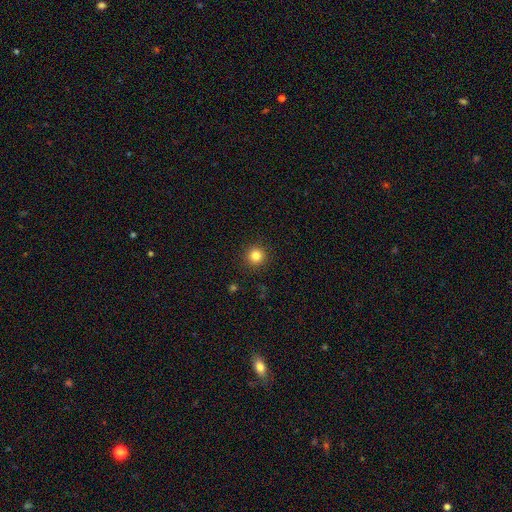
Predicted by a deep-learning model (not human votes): This appears to be a smooth galaxy with no disk features (83%) that is round (95%). Merging: none (92%).